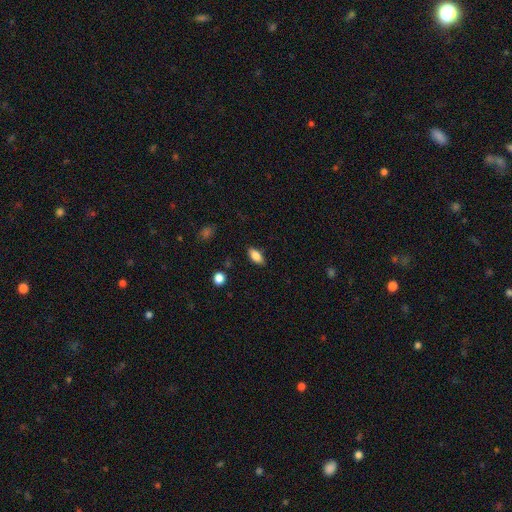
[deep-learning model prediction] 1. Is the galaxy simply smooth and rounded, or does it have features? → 82% smooth, 11% featured or disk, 8% star or artifact.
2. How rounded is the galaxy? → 87% in between, 10% cigar-shaped, 3% round.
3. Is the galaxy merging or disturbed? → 86% none, 10% minor disturbance, 2% major disturbance, 1% merger.